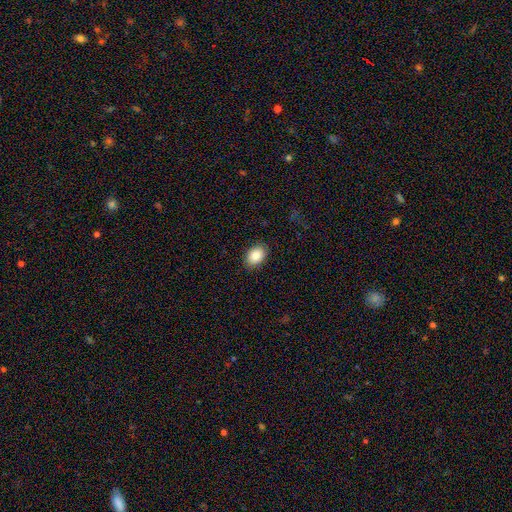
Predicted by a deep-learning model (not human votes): A smooth galaxy with no disk features (87%) that is in between round and cigar-shaped (79%). Merging: none (87%).